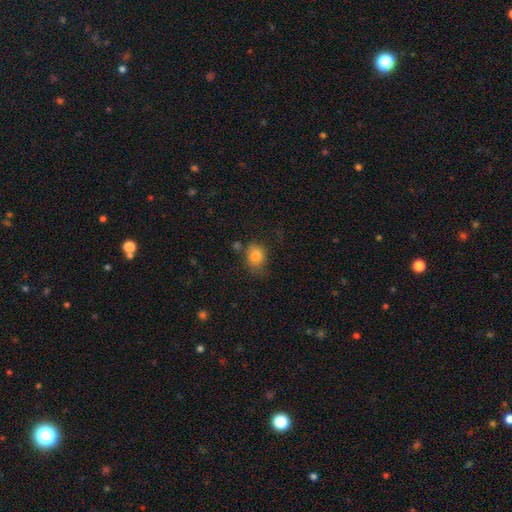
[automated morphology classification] Smooth or featured: smooth — 81% (star or artifact — 10%)
How rounded: in between — 56% (round — 43%)
Merging: none — 58% (minor disturbance — 26%)